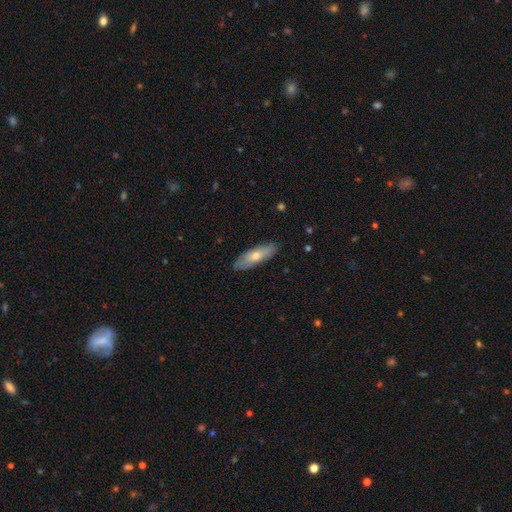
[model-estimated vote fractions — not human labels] Overall: smooth (54%; featured or disk 39%). How rounded: cigar-shaped (52%; in between 46%). Merging: none (84%).